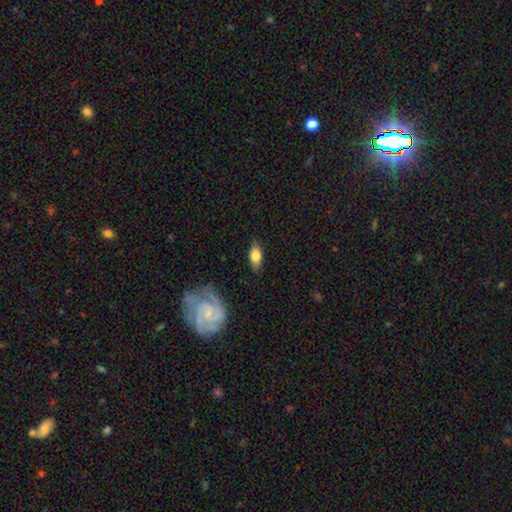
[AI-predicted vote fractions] The model was most divided on "smooth or featured": smooth: 76%, featured or disk: 18%, star or artifact: 7%. More confident: how rounded — in between (88%); merging — none (82%).